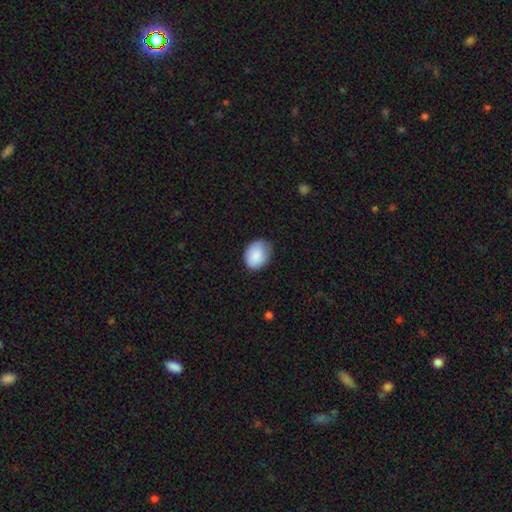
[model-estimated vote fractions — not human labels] Smooth or featured? Predicted: smooth (p=0.87). How rounded? Predicted: in between (p=0.63). Merging? Predicted: none (p=0.67).